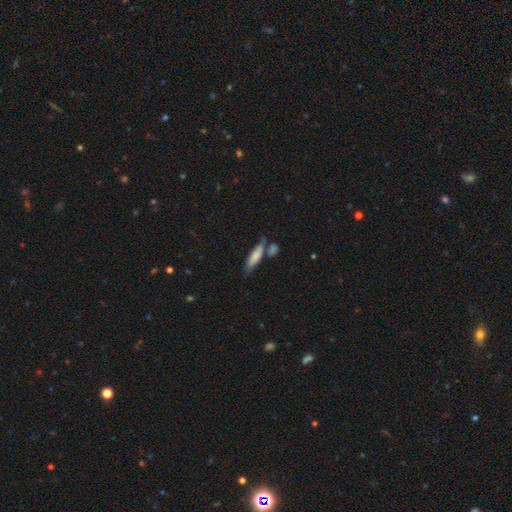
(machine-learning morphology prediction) This appears to be a smooth galaxy with no disk features (74%) that is cigar-shaped (66%). Merging: none (55%).